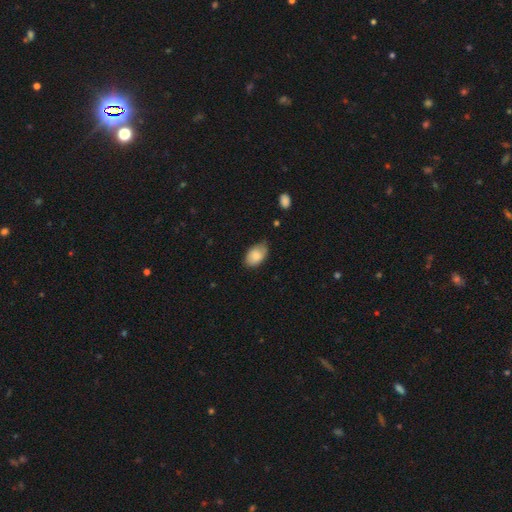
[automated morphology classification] Smooth or featured?
  - smooth: 83% *
  - featured or disk: 10%
  - star or artifact: 7%
How rounded?
  - in between: 91% *
  - round: 7%
  - cigar-shaped: 1%
Merging?
  - none: 66% *
  - minor disturbance: 28%
  - major disturbance: 4%
  - merger: 2%